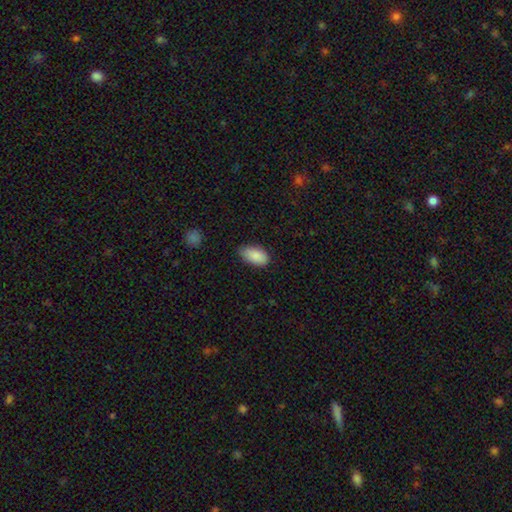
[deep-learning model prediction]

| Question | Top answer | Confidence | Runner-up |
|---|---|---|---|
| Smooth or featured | smooth | 88% | star or artifact (7%) |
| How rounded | in between | 94% | round (3%) |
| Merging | none | 72% | minor disturbance (23%) |